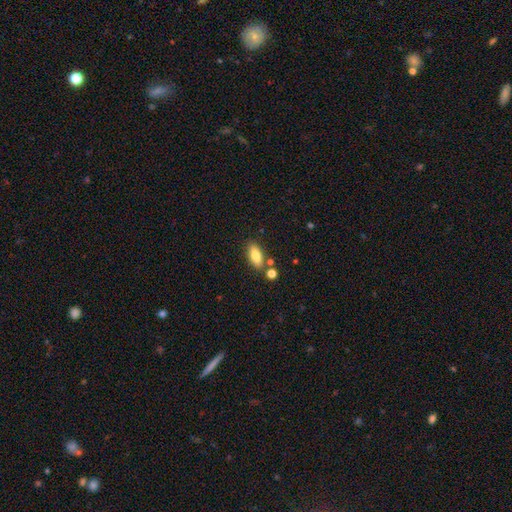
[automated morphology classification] type=smooth (83%); roundness=in between (84%); merging=none (76%).